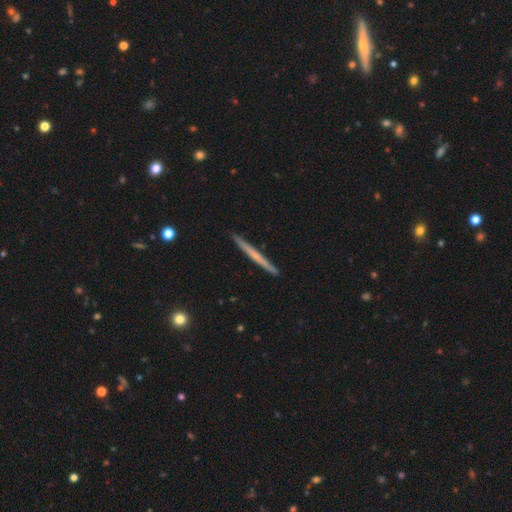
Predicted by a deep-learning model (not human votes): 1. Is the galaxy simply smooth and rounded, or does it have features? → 49% featured or disk, 46% smooth, 5% star or artifact.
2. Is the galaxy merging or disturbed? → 92% none, 6% minor disturbance, 1% major disturbance, 1% merger.